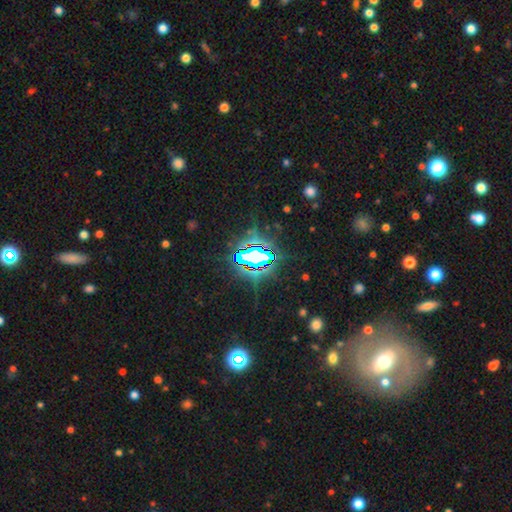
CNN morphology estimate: Smooth or featured?
  - star or artifact: 78% *
  - featured or disk: 11%
  - smooth: 11%